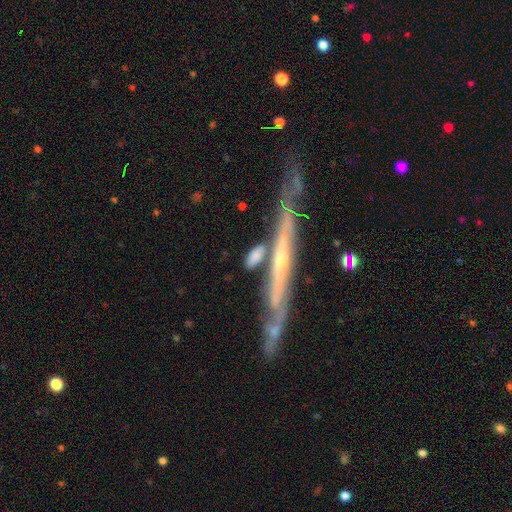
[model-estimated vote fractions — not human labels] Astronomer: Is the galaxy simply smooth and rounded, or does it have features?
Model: smooth — 56% (runner-up: featured or disk, 37%).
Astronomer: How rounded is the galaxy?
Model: cigar-shaped — 53% (runner-up: in between, 42%).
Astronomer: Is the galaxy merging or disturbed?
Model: none — 63%.